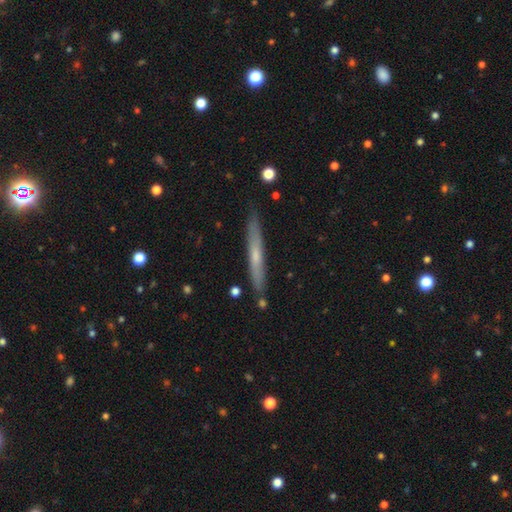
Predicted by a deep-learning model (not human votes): smooth-or-featured: featured or disk: 52% | smooth: 42% | star or artifact: 6%
  disk-edge-on: yes: 94% | no: 6%
  merging: none: 87% | minor disturbance: 10% | merger: 2% | major disturbance: 2%